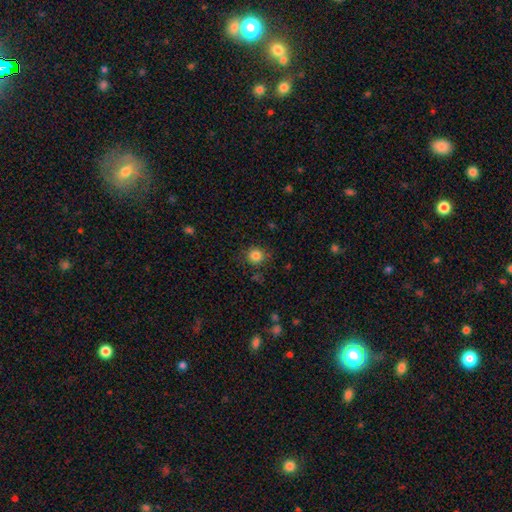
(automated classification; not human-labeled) This is clearly a smooth galaxy (84%). How rounded: clearly round (91%). Merging: clearly none (84%).